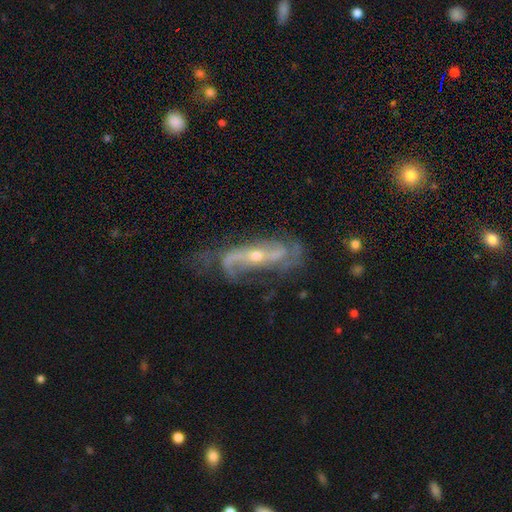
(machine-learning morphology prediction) smooth-or-featured: featured or disk: 83% | smooth: 10% | star or artifact: 6%
  disk-edge-on: no: 87% | yes: 13%
    bar: no: 42% | weak: 30% | strong: 28%
    has-spiral-arms: yes: 91% | no: 9%
      spiral-winding: loose: 58% | medium: 30% | tight: 12%
      spiral-arm-count: 2: 73% | can't tell: 11% | 1: 8% | 3: 4% | 4: 2% | more than 4: 2%
    bulge-size: small: 55% | moderate: 41% | large: 2% | none: 1% | dominant: 1%
  merging: none: 45% | major disturbance: 28% | minor disturbance: 23% | merger: 5%